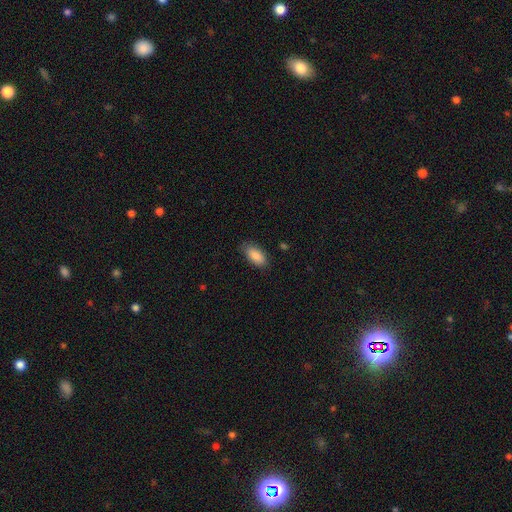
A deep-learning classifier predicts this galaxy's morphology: Overall: smooth (89%). How rounded: in between (90%). Merging: none (83%).